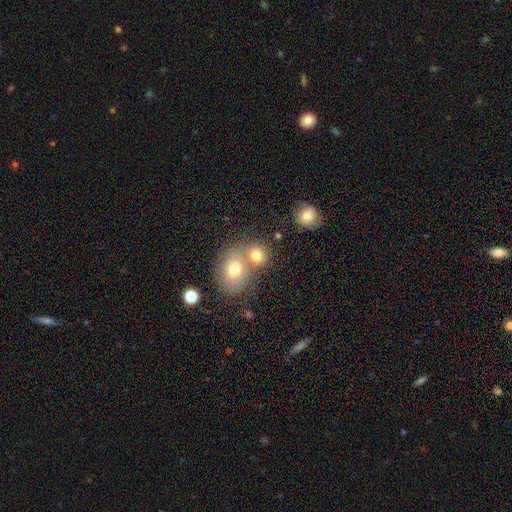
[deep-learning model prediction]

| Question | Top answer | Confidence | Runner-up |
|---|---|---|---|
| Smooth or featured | smooth | 71% | featured or disk (17%) |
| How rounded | round | 64% | in between (35%) |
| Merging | merger | 49% | none (39%) |